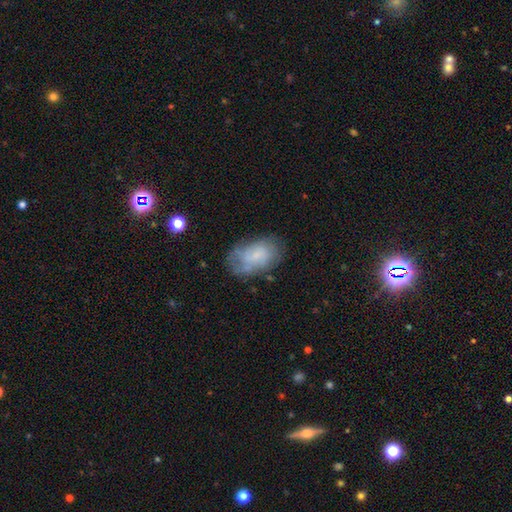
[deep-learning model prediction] Smooth or featured? Predicted: smooth (p=0.51). How rounded? Predicted: in between (p=0.90). Merging? Predicted: none (p=0.60).